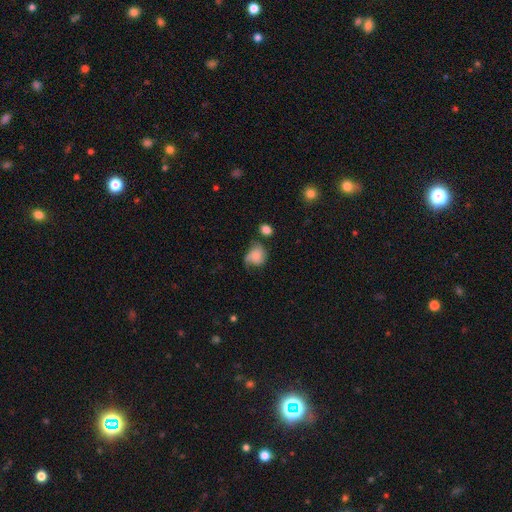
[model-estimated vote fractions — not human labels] Morphology: type=smooth (55%); roundness=round (63%); merging=none (38%).